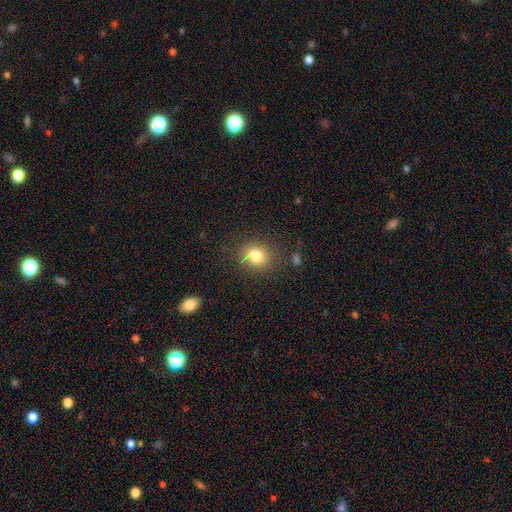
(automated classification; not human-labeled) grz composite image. It shows a smooth galaxy with no disk features (81%) that is round (67%). Merging: none (84%).